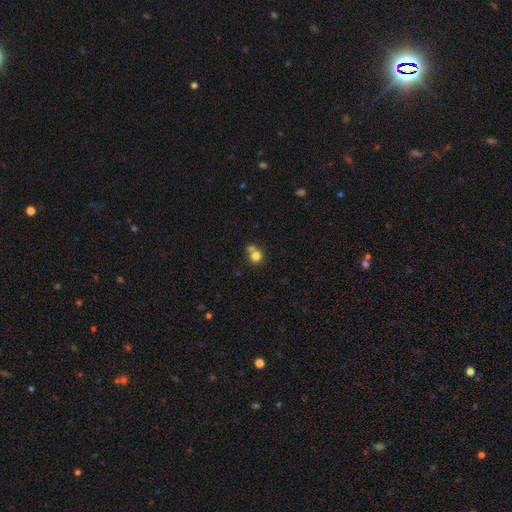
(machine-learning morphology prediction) Overall: smooth (79%). How rounded: round (85%). Merging: none (49%; merger 38%).